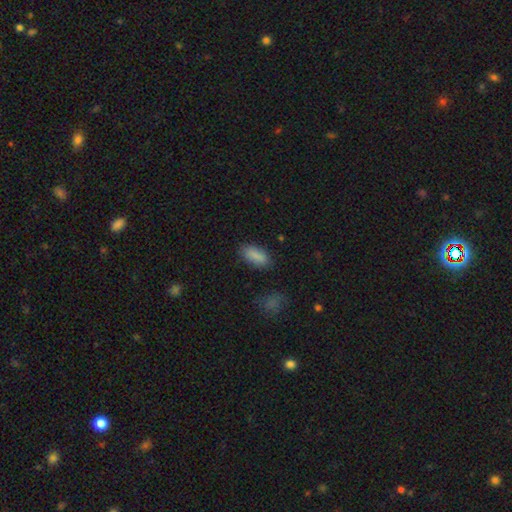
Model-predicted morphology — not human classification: A smooth galaxy with no disk features (87%) that is in between round and cigar-shaped (88%). Merging: none (82%).